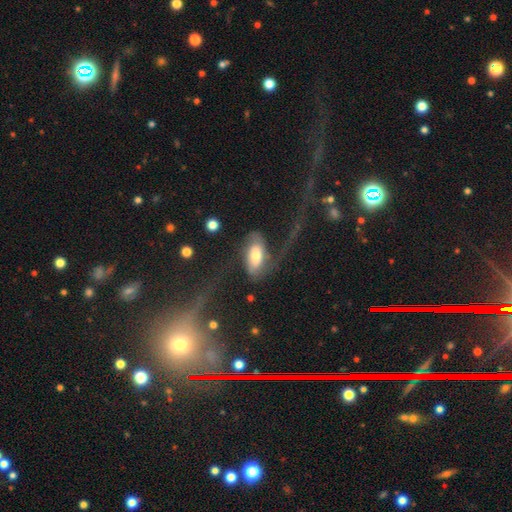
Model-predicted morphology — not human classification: type=smooth (47%); merging=major disturbance (52%).